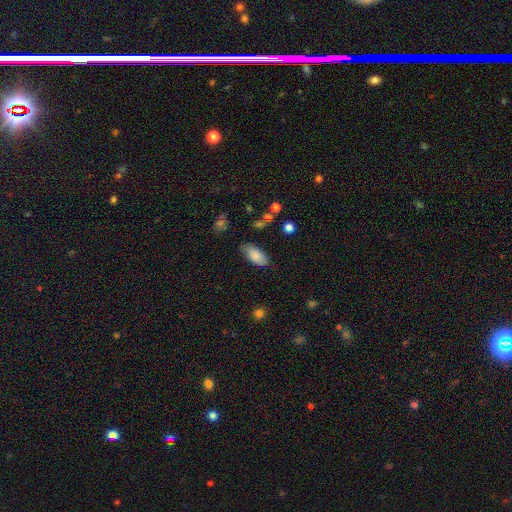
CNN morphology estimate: smooth 84%, featured or disk 9%, star or artifact 7%. Down the decision tree: how rounded — in between (91%); merging — none (75%).